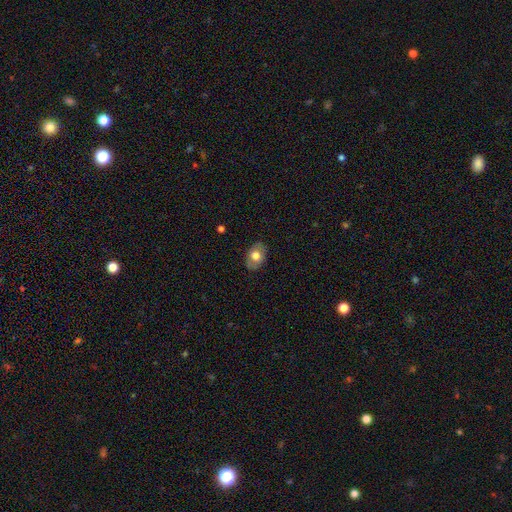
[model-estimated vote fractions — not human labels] A smooth galaxy with no disk features (69%) that is in between round and cigar-shaped (78%). Merging: none (83%).